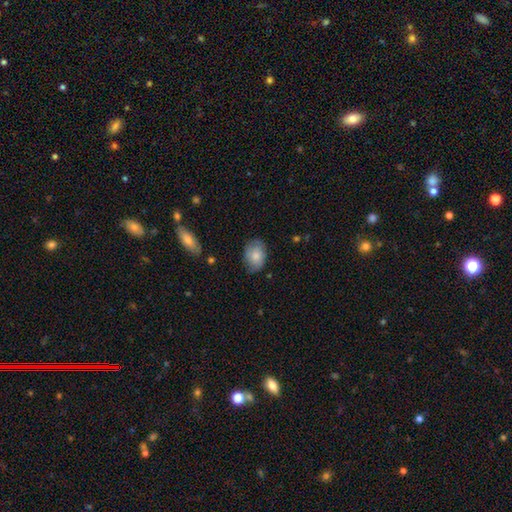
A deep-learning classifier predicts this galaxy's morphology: The model was most divided on "merging": none: 73%, minor disturbance: 21%, major disturbance: 4%, merger: 1%. More confident: how rounded — in between (79%); smooth or featured — smooth (77%).